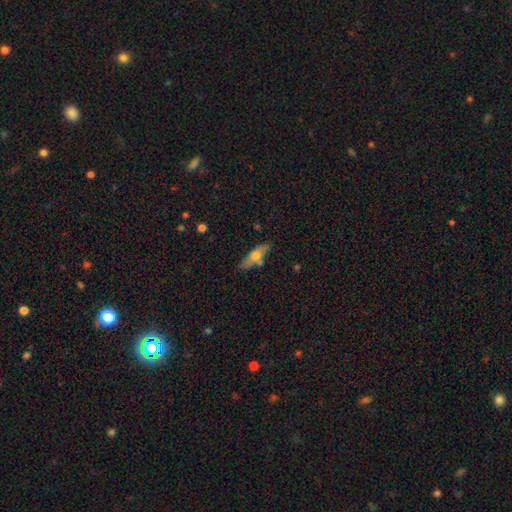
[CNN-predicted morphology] Q: Smooth or featured?
A: smooth (57%); runner-up: featured or disk (37%)
Q: How rounded?
A: in between (52%); runner-up: cigar-shaped (45%)
Q: Merging?
A: none (71%); runner-up: minor disturbance (17%)